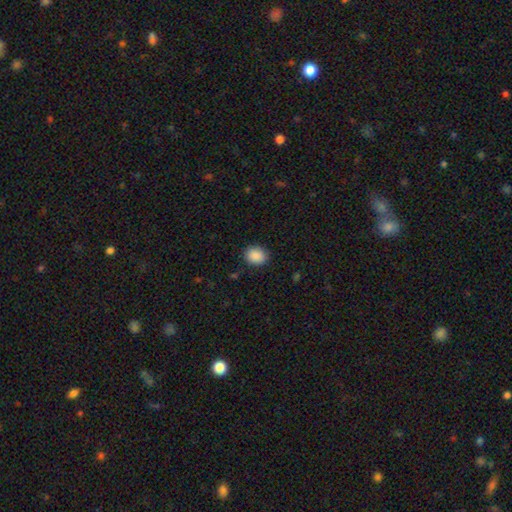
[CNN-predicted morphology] Q: Smooth or featured?
A: smooth (89%); runner-up: star or artifact (8%)
Q: How rounded?
A: round (60%); runner-up: in between (39%)
Q: Merging?
A: none (88%); runner-up: minor disturbance (9%)